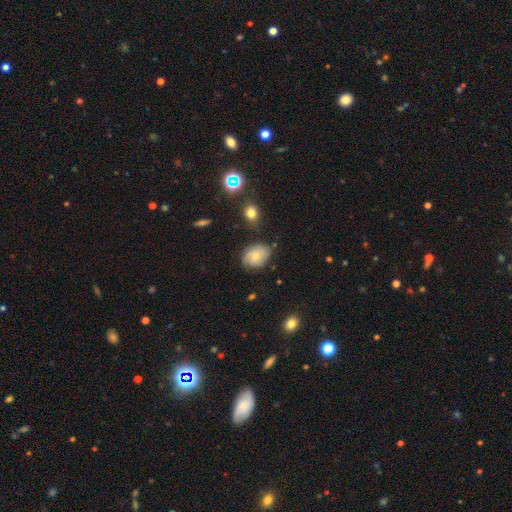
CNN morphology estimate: type=smooth (62%); roundness=in between (69%); merging=none (68%).